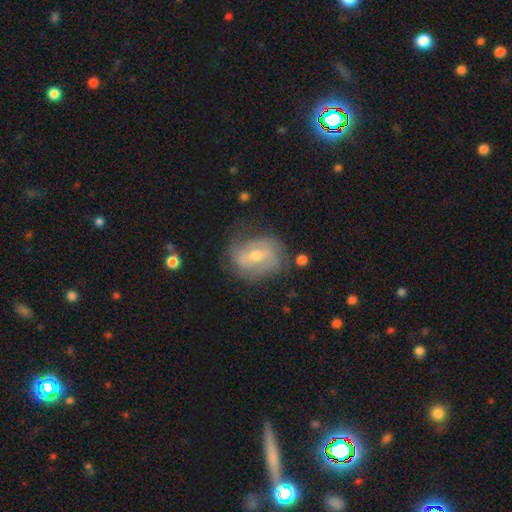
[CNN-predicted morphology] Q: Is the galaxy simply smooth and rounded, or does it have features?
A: featured or disk — 68%.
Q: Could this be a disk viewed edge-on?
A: no — 96%.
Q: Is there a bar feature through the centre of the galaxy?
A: weak — 49%.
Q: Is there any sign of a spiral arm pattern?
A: yes — 79%.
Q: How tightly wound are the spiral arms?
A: tight — 41%.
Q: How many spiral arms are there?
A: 2 — 47%.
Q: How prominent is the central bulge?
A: moderate — 64%.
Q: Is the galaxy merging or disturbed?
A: none — 62%.